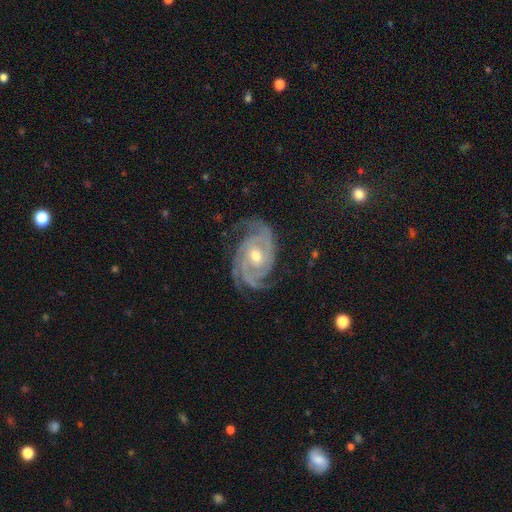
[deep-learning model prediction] Smooth or featured? featured or disk (92%)
Edge-on disk? no (97%)
Bar? no (61%)
Spiral arms? yes (99%)
Spiral winding? tight (68%)
Spiral arm count? 3 (43%)
Bulge size? moderate (66%)
Merging? none (76%)